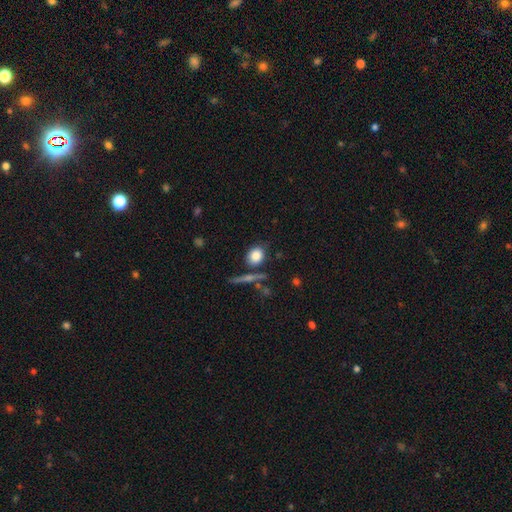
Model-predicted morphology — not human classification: Smooth or featured? smooth (82%)
How rounded? round (56%)
Merging? none (72%)